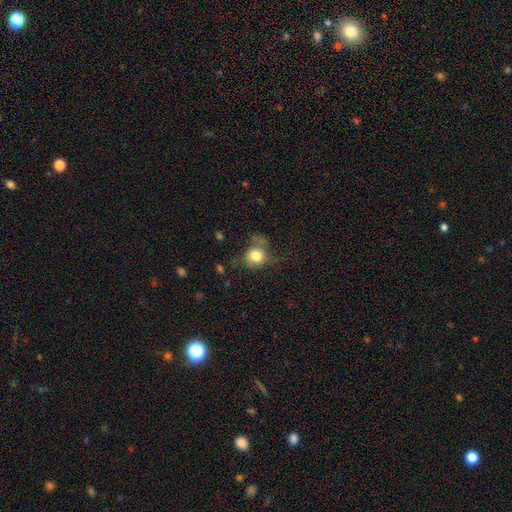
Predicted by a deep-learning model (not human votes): Smooth or featured? Predicted: smooth (p=0.77). How rounded? Predicted: round (p=0.72). Merging? Predicted: none (p=0.42).